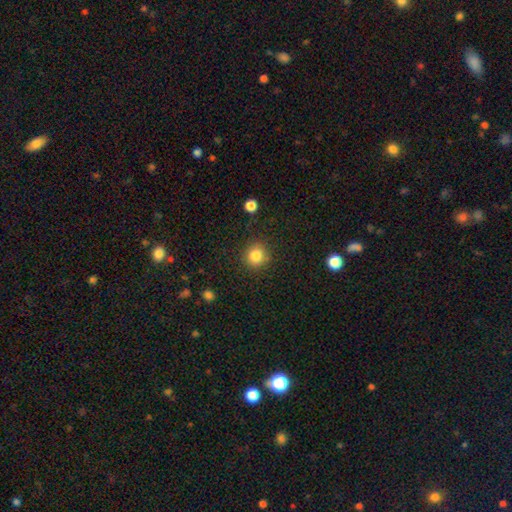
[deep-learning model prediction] smooth-or-featured: smooth: 84% | star or artifact: 11% | featured or disk: 5%
  how-rounded: round: 90% | in between: 9% | cigar-shaped: 1%
  merging: none: 89% | minor disturbance: 7% | major disturbance: 2% | merger: 1%